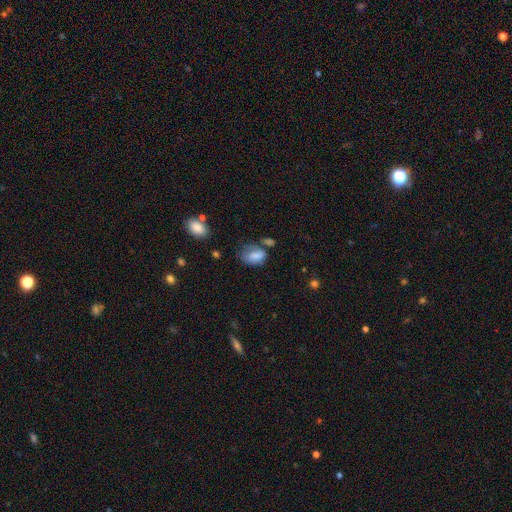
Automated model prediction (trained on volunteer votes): The model was most divided on "merging": none: 39%, minor disturbance: 30%, major disturbance: 18%, merger: 13%. More confident: how rounded — in between (83%); smooth or featured — smooth (76%).